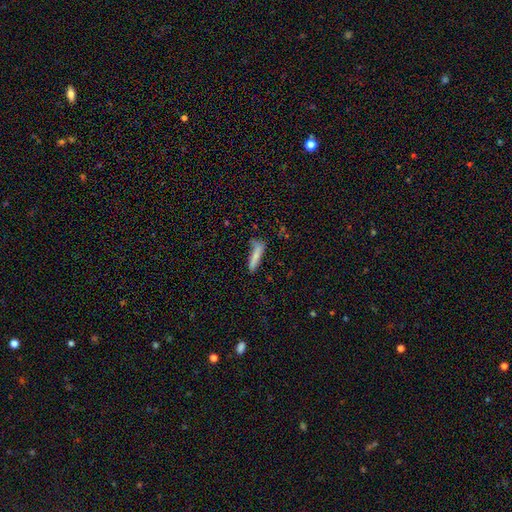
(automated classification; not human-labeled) smooth 75%, featured or disk 17%, star or artifact 7%. Down the decision tree: how rounded — cigar-shaped (86%); merging — none (56%).